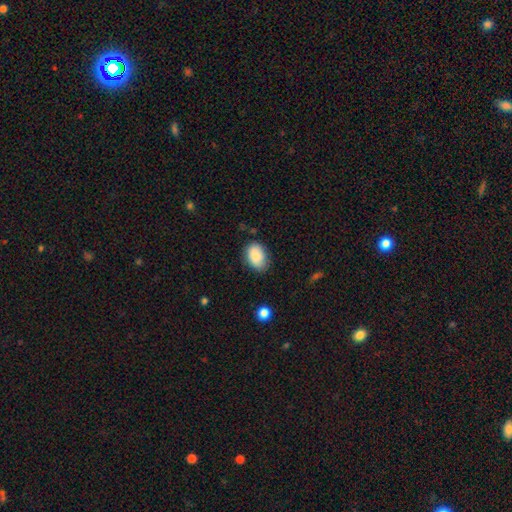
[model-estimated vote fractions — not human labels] Overall: smooth (85%). How rounded: in between (85%). Merging: none (72%).